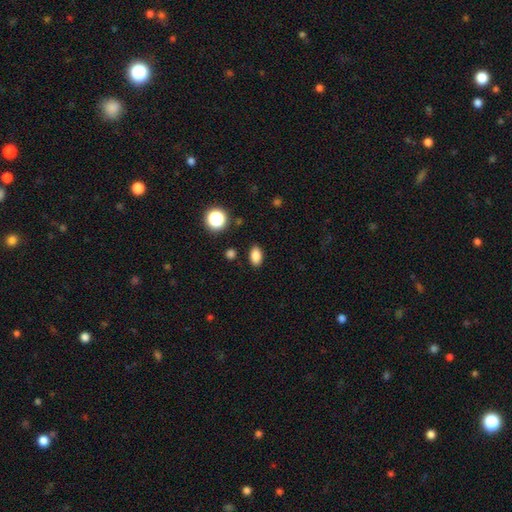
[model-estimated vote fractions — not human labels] Smooth or featured: smooth — 84% (star or artifact — 11%)
How rounded: in between — 86% (round — 11%)
Merging: none — 87% (minor disturbance — 8%)